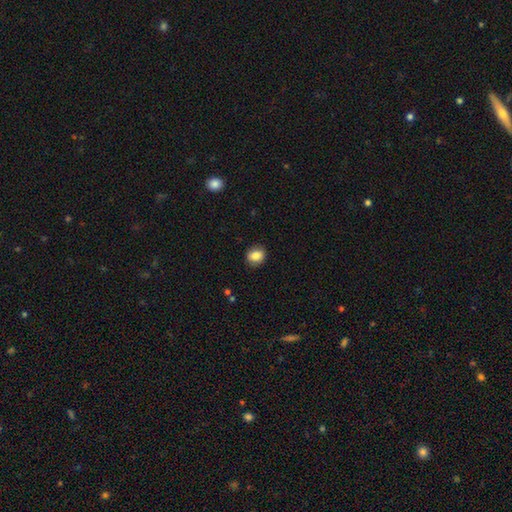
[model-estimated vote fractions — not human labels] A smooth galaxy with no disk features (84%) that is round (59%). Merging: none (88%).